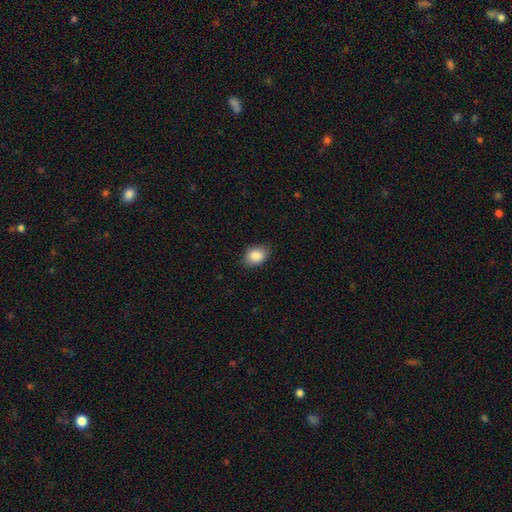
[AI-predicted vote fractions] Morphology: type=smooth (87%); roundness=in between (79%); merging=none (83%).